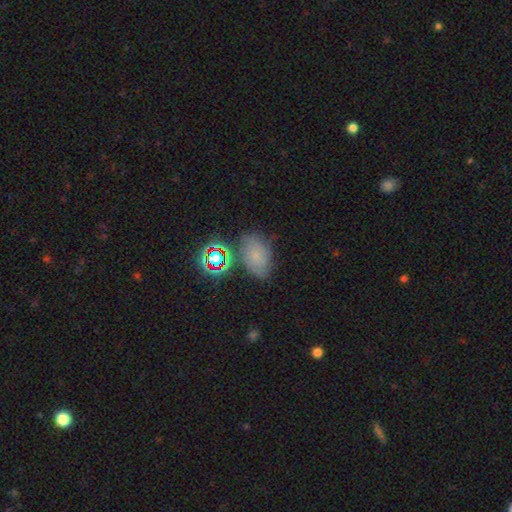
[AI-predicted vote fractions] A smooth galaxy with no disk features (53%) that is in between round and cigar-shaped (80%). Merging: none (66%).